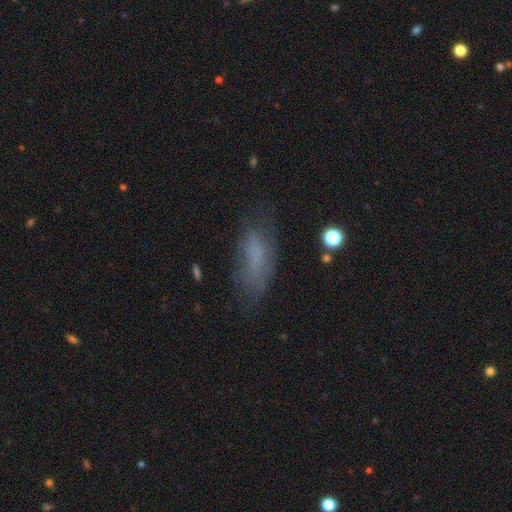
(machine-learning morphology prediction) Overall: smooth (65%). How rounded: in between (73%). Merging: none (58%; minor disturbance 25%).